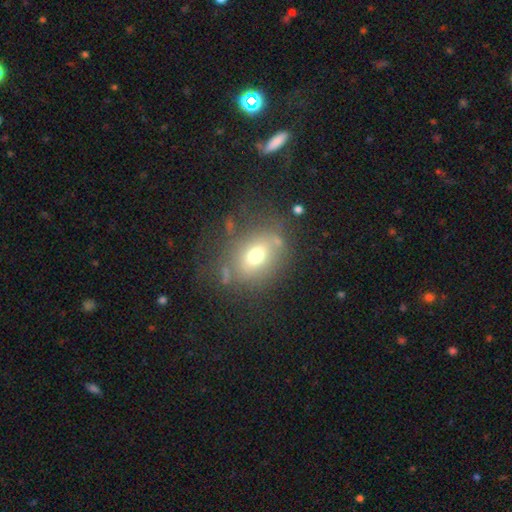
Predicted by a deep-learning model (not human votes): Smooth or featured: smooth — 65% (featured or disk — 22%)
How rounded: in between — 61% (round — 37%)
Merging: none — 63% (minor disturbance — 20%)